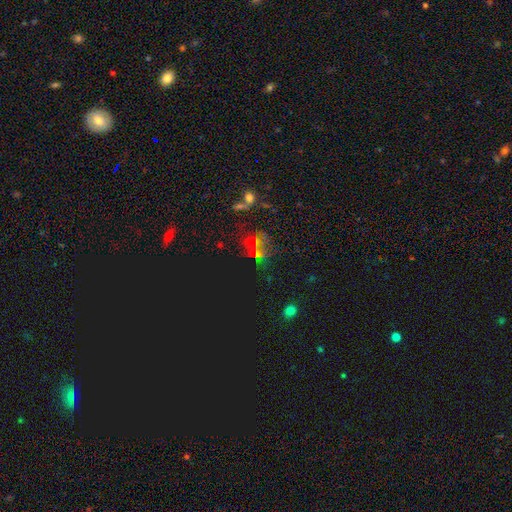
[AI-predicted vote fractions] smooth_or_featured: star or artifact (p=0.59) [alt: smooth p=0.25]